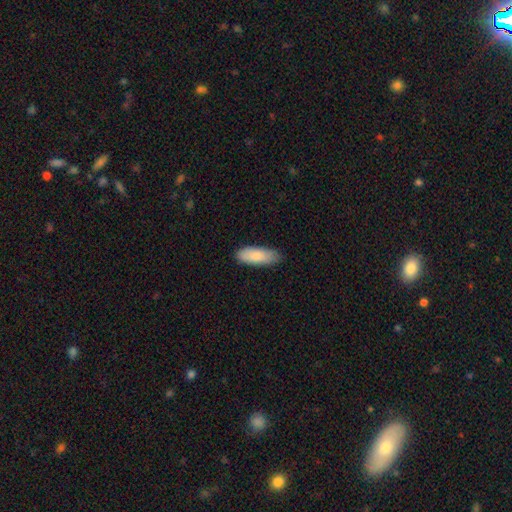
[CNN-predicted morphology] smooth-or-featured: smooth: 85% | featured or disk: 9% | star or artifact: 6%
  how-rounded: in between: 71% | cigar-shaped: 27% | round: 2%
  merging: none: 79% | minor disturbance: 18% | major disturbance: 3% | merger: 1%